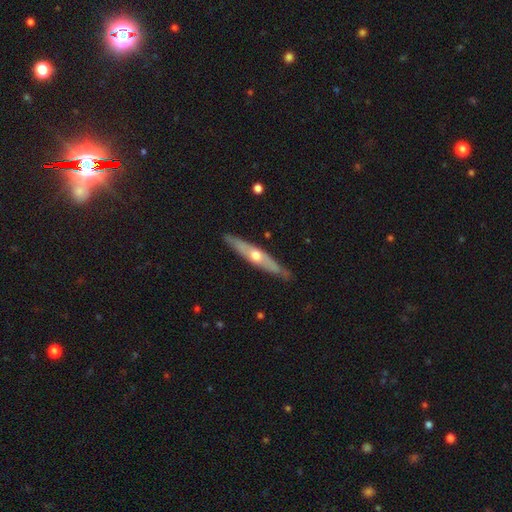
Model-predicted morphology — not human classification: This is likely a featured or disk galaxy (67%). It is clearly viewed edge-on (84%). Edge-on bulge: clearly rounded (86%). Merging: clearly none (86%).